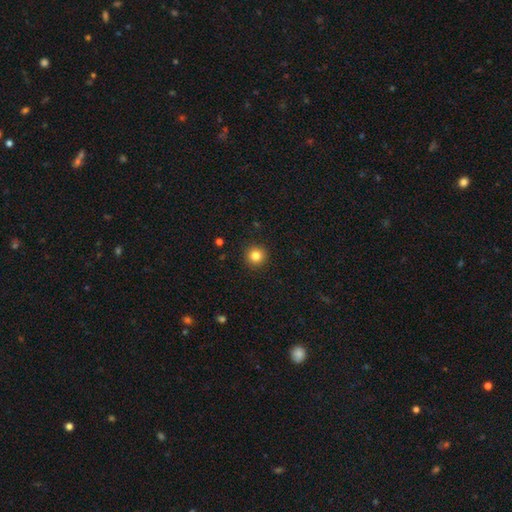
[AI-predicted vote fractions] Smooth or featured? smooth (83%)
How rounded? round (95%)
Merging? none (92%)